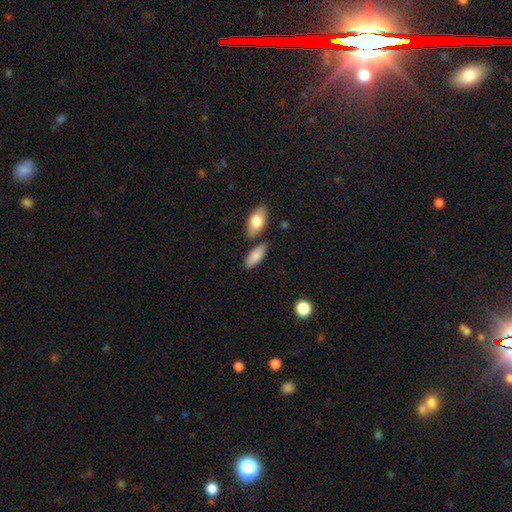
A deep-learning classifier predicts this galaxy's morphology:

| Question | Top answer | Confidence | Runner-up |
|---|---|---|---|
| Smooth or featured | smooth | 85% | featured or disk (9%) |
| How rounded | in between | 81% | cigar-shaped (16%) |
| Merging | none | 73% | minor disturbance (13%) |